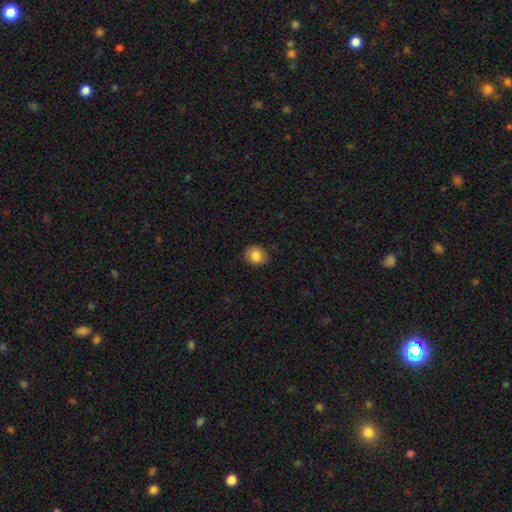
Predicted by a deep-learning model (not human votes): A smooth galaxy with no disk features (84%) that is round (78%). Merging: none (87%).